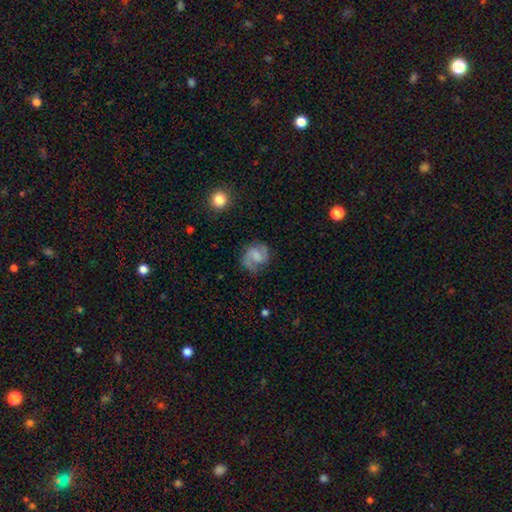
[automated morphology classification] A featured or disk galaxy (71%) with a weak bar (50%), 2 (89%) medium (52%) spiral arms (94%) and no central bulge (46%).

Vote fractions:
- Smooth or featured? featured or disk: 71% / smooth: 21% / star or artifact: 7%
- Edge-on disk? no: 98% / yes: 2%
- Bar? weak: 50% / no: 34% / strong: 16%
- Spiral arms? yes: 94% / no: 6%
- Spiral winding? medium: 52% / loose: 29% / tight: 20%
- Spiral arm count? 2: 89% / can't tell: 4% / 1: 3% / 3: 1% / 4: 1% / more than 4: 1%
- Bulge size? none: 46% / small: 24% / moderate: 22% / large: 8% / dominant: 2%
- Merging? none: 73% / minor disturbance: 18% / major disturbance: 8% / merger: 2%